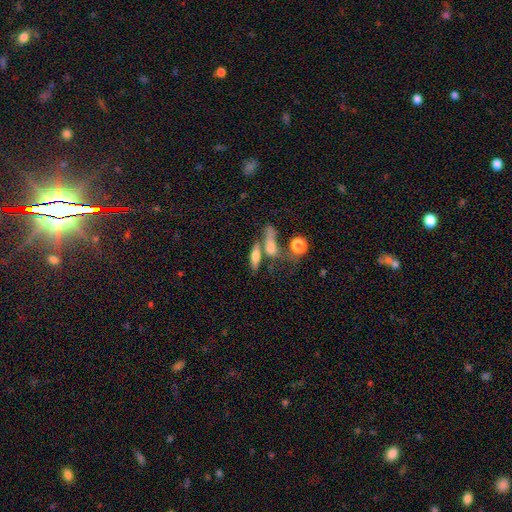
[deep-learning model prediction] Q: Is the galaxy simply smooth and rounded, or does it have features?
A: smooth — 62%.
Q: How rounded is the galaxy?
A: cigar-shaped — 53%.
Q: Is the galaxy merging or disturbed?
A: none — 44%.